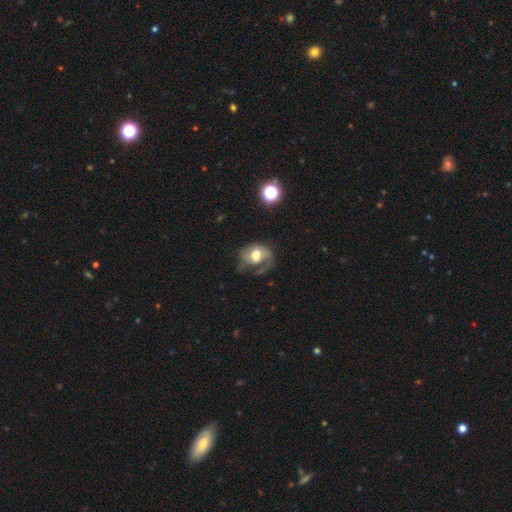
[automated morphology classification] The model was most divided on "smooth or featured": featured or disk: 48%, smooth: 43%, star or artifact: 9%. Remaining: merging — major disturbance (39%).